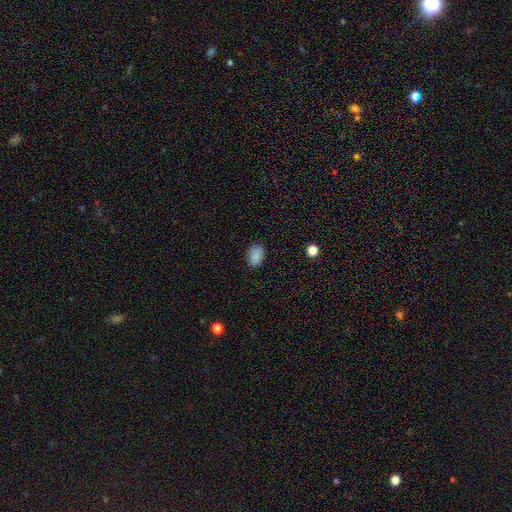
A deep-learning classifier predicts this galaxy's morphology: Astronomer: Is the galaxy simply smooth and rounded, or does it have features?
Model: smooth — 87%.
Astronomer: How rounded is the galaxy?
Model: in between — 83%.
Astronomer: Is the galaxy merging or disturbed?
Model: none — 84%.